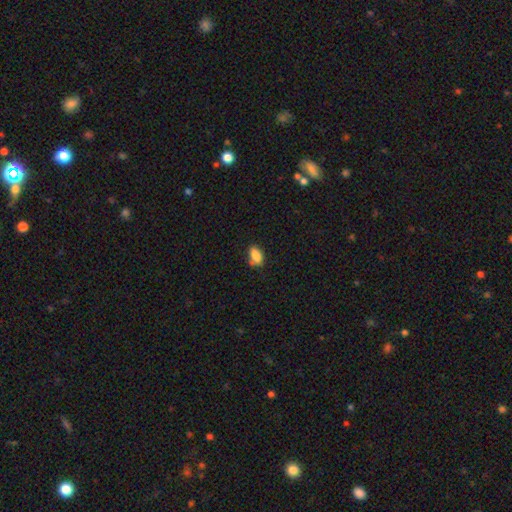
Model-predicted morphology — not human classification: Q: Smooth or featured?
A: smooth (85%); runner-up: star or artifact (9%)
Q: How rounded?
A: in between (89%); runner-up: round (7%)
Q: Merging?
A: none (71%); runner-up: minor disturbance (20%)